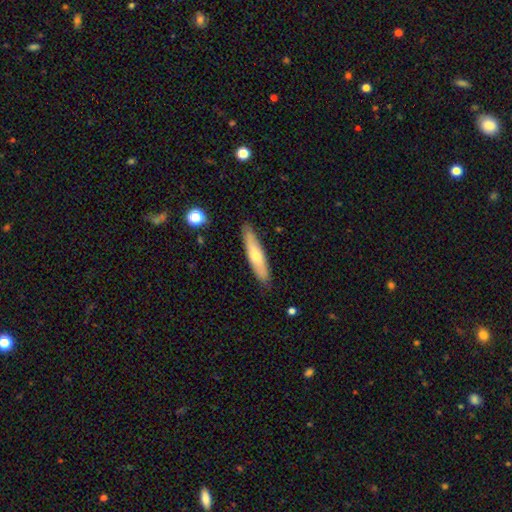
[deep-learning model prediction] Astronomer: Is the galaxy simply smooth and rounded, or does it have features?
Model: smooth — 60%.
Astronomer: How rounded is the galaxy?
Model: cigar-shaped — 83%.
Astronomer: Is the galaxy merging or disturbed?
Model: none — 86%.